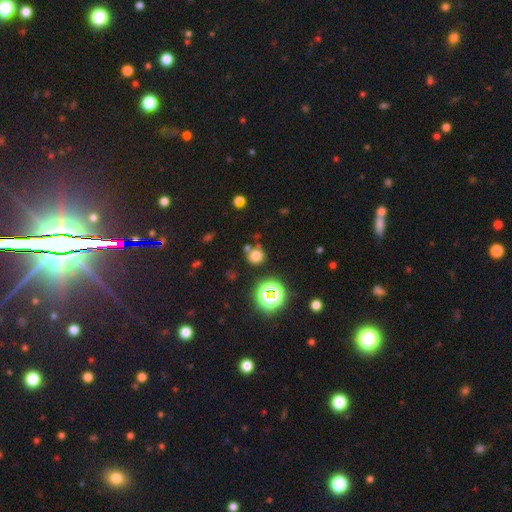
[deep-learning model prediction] Smooth or featured? smooth (70%)
How rounded? round (89%)
Merging? none (76%)